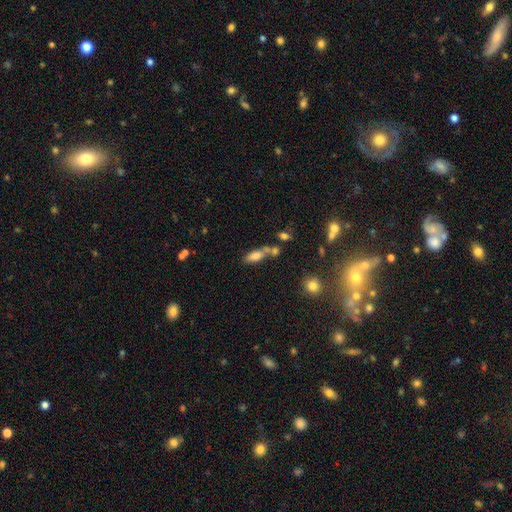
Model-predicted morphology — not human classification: Q: Smooth or featured?
A: smooth (76%); runner-up: featured or disk (14%)
Q: How rounded?
A: in between (80%); runner-up: cigar-shaped (16%)
Q: Merging?
A: none (45%); runner-up: merger (34%)